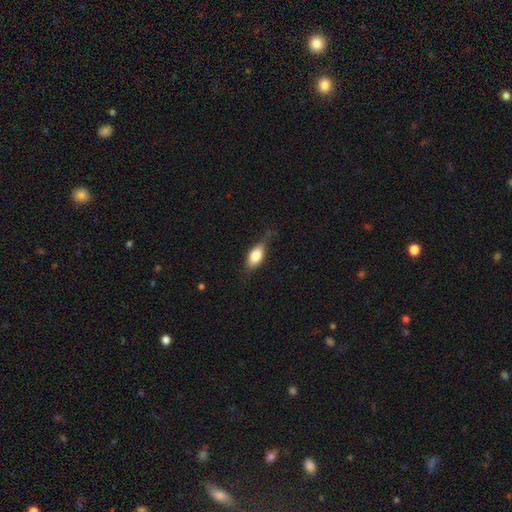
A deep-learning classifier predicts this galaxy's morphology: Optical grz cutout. It shows a smooth galaxy with no disk features (73%) that is in between round and cigar-shaped (82%). Merging: none (63%).